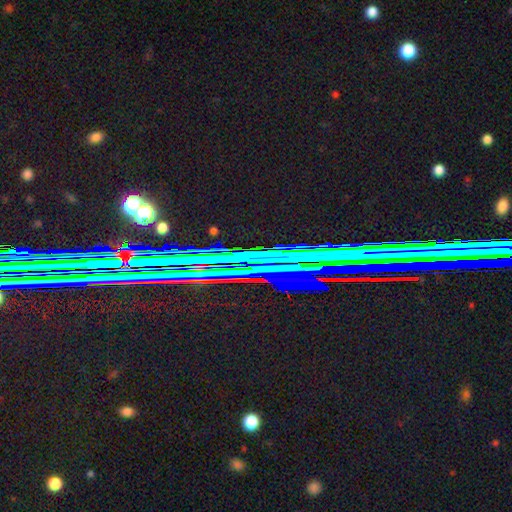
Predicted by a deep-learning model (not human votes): smooth_or_featured: star or artifact (p=0.79) [alt: featured or disk p=0.11]